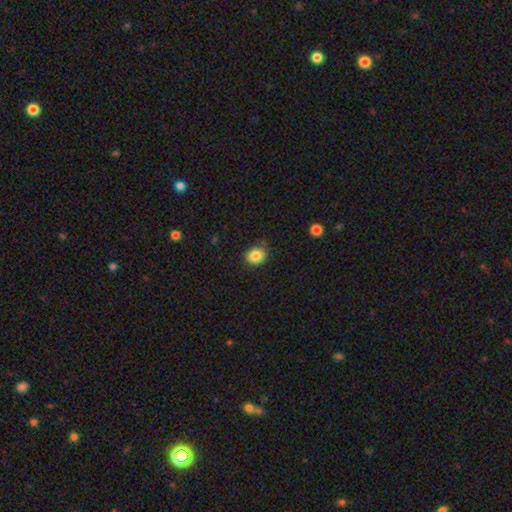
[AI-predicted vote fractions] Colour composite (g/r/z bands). It shows a smooth galaxy with no disk features (84%) that is round (61%). Merging: none (80%).